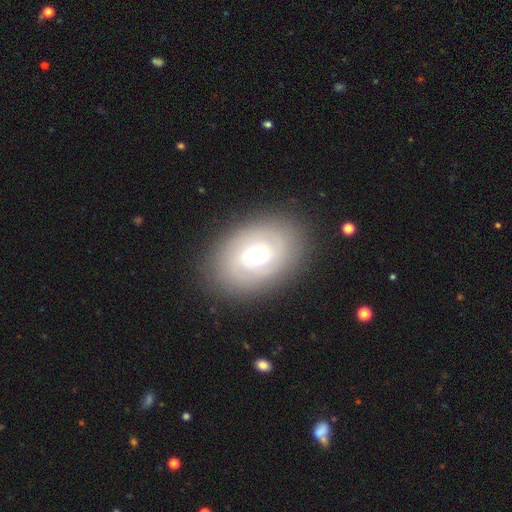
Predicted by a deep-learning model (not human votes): This appears to be a featured or disk galaxy (77%) with a weak bar (46%), 2 (50%) tight (67%) spiral arms (90%) and a small central bulge (61%). Merging: none (84%).